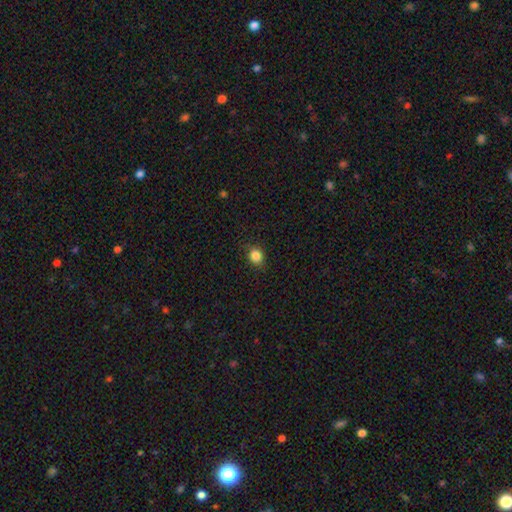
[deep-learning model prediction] A smooth galaxy with no disk features (84%) that is round (68%).

Vote fractions:
- Smooth or featured? smooth: 84% / star or artifact: 11% / featured or disk: 5%
- How rounded? round: 68% / in between: 31% / cigar-shaped: 1%
- Merging? none: 84% / minor disturbance: 12% / major disturbance: 3% / merger: 1%